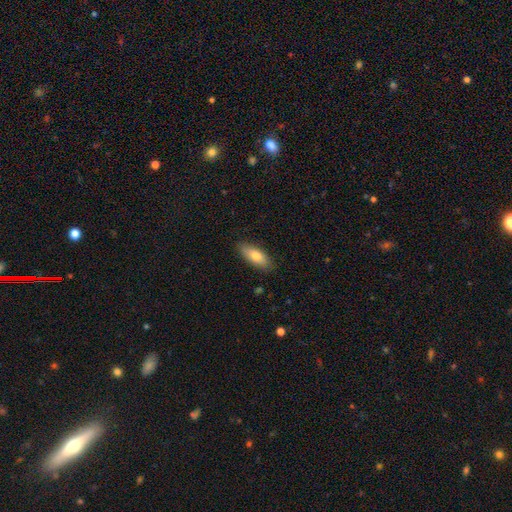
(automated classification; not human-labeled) The model was most divided on "how rounded": in between: 73%, cigar-shaped: 25%, round: 2%. More confident: merging — none (86%); smooth or featured — smooth (77%).